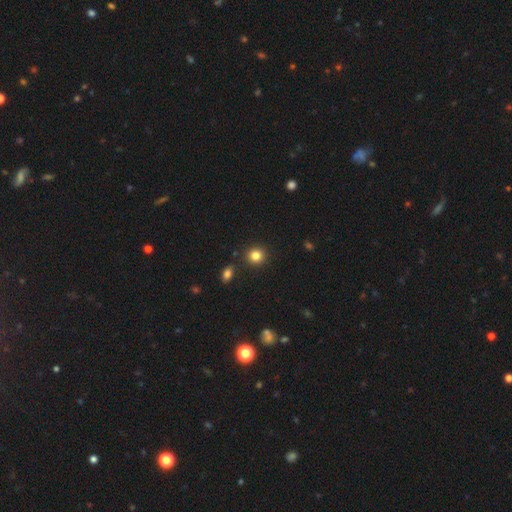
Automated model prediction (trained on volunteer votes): The model was most divided on "smooth or featured": smooth: 84%, star or artifact: 11%, featured or disk: 5%. More confident: how rounded — round (88%); merging — none (87%).